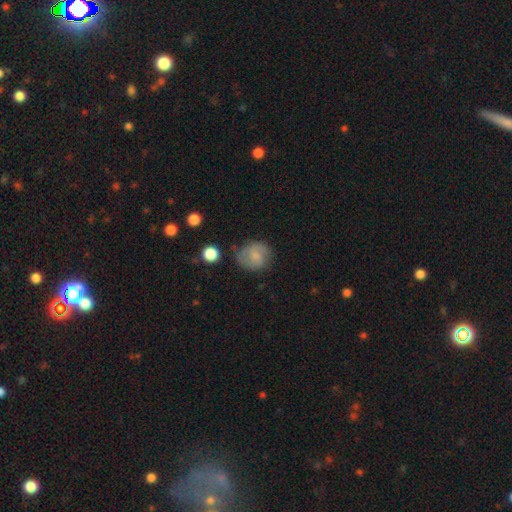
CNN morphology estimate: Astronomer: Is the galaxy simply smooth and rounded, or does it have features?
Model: smooth — 61%.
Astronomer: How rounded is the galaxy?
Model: round — 75%.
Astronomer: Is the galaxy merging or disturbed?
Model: none — 63%.